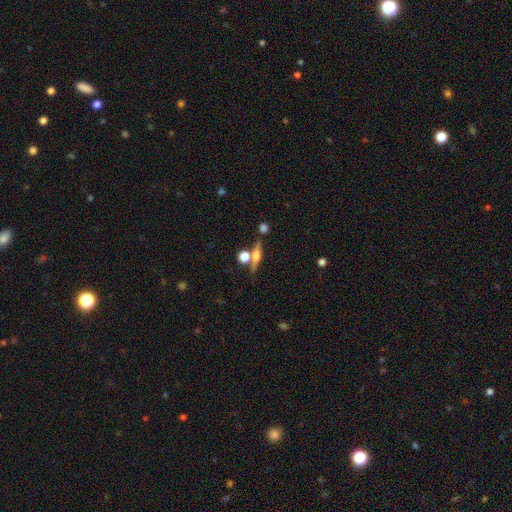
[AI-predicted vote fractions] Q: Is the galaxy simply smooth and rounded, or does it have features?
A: featured or disk — 59%.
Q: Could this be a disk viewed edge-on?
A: yes — 93%.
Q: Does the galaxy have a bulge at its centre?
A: rounded — 88%.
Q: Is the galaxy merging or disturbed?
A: none — 70%.